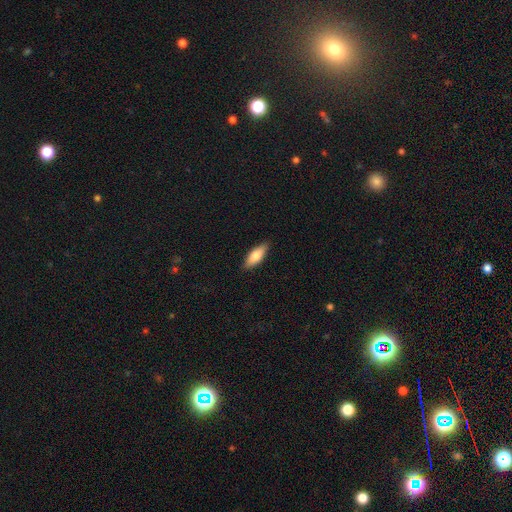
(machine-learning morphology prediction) smooth 78%, featured or disk 17%, star or artifact 6%. Down the decision tree: how rounded — in between (64%); merging — none (88%).